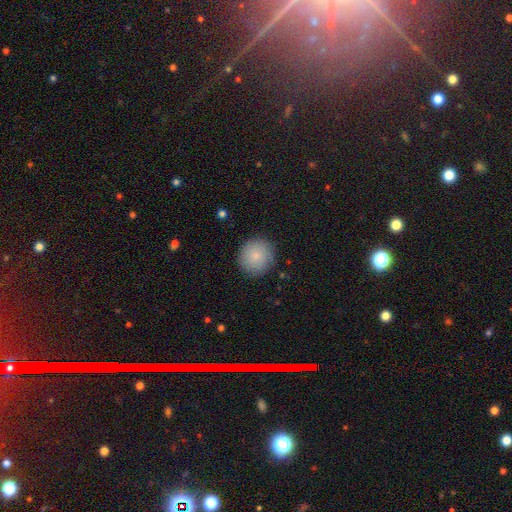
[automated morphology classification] Smooth or featured? smooth (84%)
How rounded? round (94%)
Merging? none (87%)